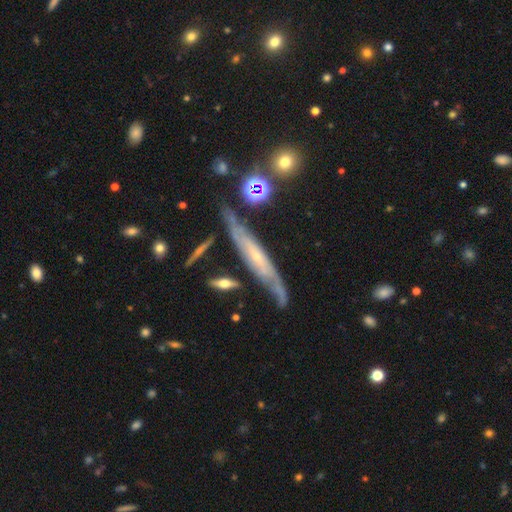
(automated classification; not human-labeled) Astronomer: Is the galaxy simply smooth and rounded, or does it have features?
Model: featured or disk — 78%.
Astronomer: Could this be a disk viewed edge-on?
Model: no — 51% (runner-up: yes, 49%).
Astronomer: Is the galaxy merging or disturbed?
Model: none — 68%.